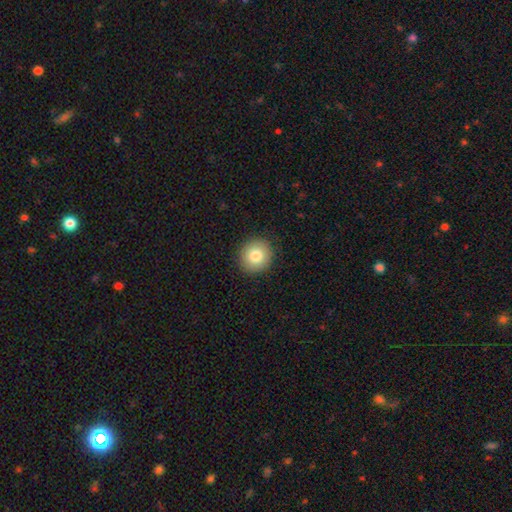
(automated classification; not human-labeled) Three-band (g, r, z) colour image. It shows a smooth galaxy with no disk features (82%) that is round (90%). Merging: none (91%).